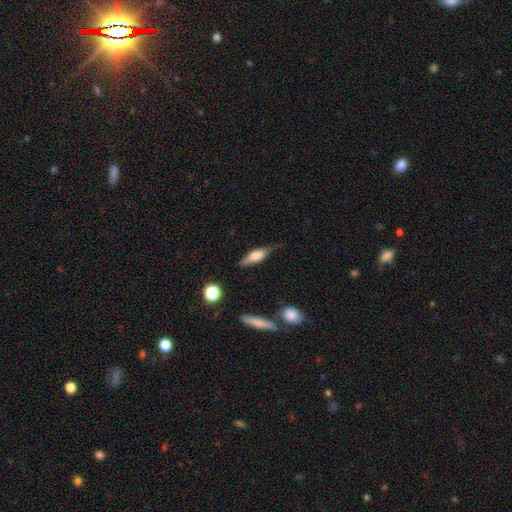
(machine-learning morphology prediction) smooth_or_featured: smooth (p=0.51) [alt: featured or disk p=0.42]
how_rounded: in between (p=0.51) [alt: cigar-shaped p=0.45]
merging: none (p=0.67) [alt: minor disturbance p=0.24]